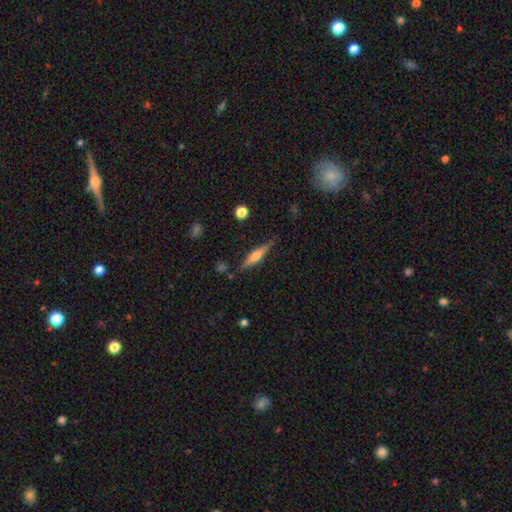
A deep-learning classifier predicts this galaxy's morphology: smooth-or-featured: featured or disk: 53% | smooth: 40% | star or artifact: 7%
  disk-edge-on: yes: 95% | no: 5%
    edge-on-bulge: rounded: 76% | boxy: 15% | none: 9%
  merging: none: 82% | minor disturbance: 13% | major disturbance: 3% | merger: 3%